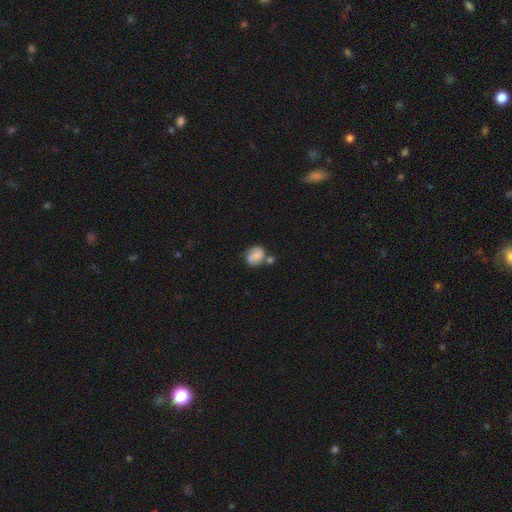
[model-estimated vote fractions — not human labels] A smooth galaxy with no disk features (61%) that is in between round and cigar-shaped (58%).

Vote fractions:
- Smooth or featured? smooth: 61% / featured or disk: 29% / star or artifact: 10%
- How rounded? in between: 58% / round: 41% / cigar-shaped: 1%
- Merging? none: 40% / merger: 28% / minor disturbance: 23% / major disturbance: 10%